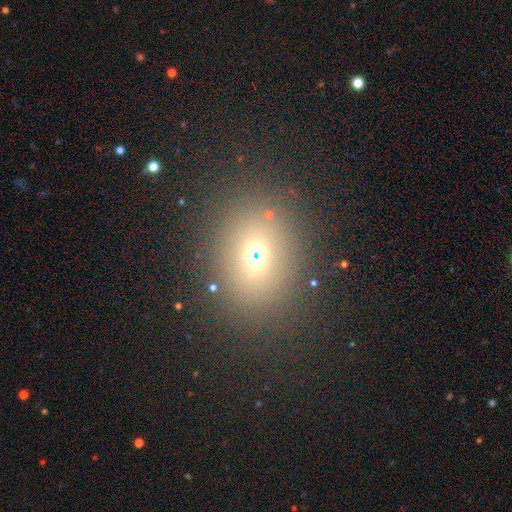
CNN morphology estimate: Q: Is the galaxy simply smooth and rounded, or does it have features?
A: smooth — 61%.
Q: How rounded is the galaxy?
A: round — 54%.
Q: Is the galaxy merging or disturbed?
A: none — 80%.